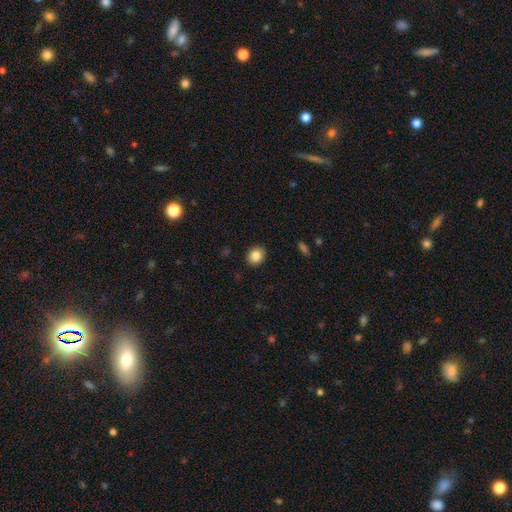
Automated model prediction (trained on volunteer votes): The model was most divided on "how rounded": round: 69%, in between: 30%, cigar-shaped: 1%. More confident: merging — none (90%); smooth or featured — smooth (84%).